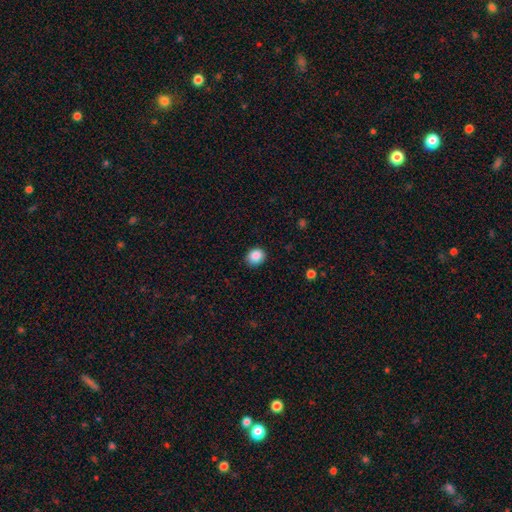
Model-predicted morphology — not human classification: Smooth or featured?
  - smooth: 88% *
  - star or artifact: 9%
  - featured or disk: 3%
How rounded?
  - round: 71% *
  - in between: 28%
  - cigar-shaped: 1%
Merging?
  - none: 88% *
  - minor disturbance: 8%
  - major disturbance: 2%
  - merger: 1%